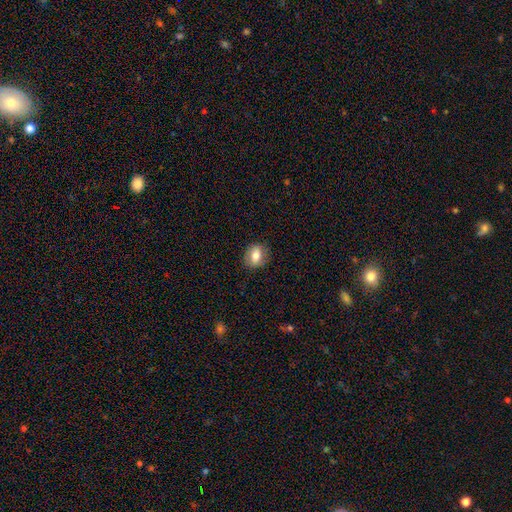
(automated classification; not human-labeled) A smooth galaxy with no disk features (72%) that is in between round and cigar-shaped (55%).

Vote fractions:
- Smooth or featured? smooth: 72% / featured or disk: 20% / star or artifact: 9%
- How rounded? in between: 55% / round: 43% / cigar-shaped: 2%
- Merging? none: 84% / minor disturbance: 12% / major disturbance: 3% / merger: 1%